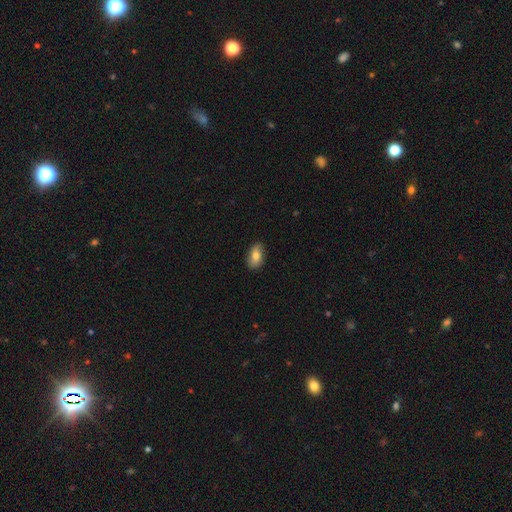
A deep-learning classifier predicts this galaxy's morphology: The model was most divided on "smooth or featured": smooth: 74%, featured or disk: 18%, star or artifact: 7%. More confident: how rounded — in between (89%); merging — none (83%).